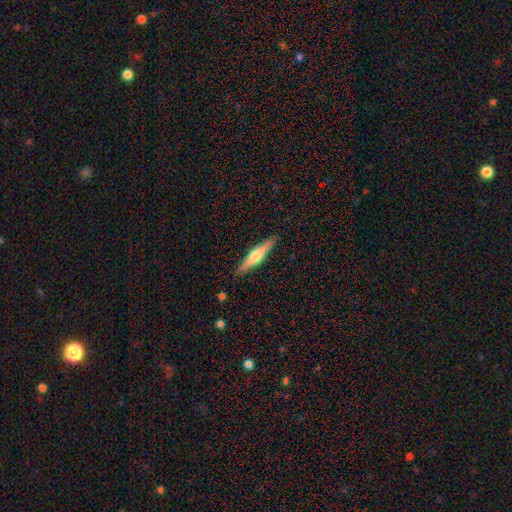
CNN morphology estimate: Overall: featured or disk (56%; smooth 38%). Edge-on disk: yes (96%). Edge-on bulge: rounded (88%). Merging: none (90%).